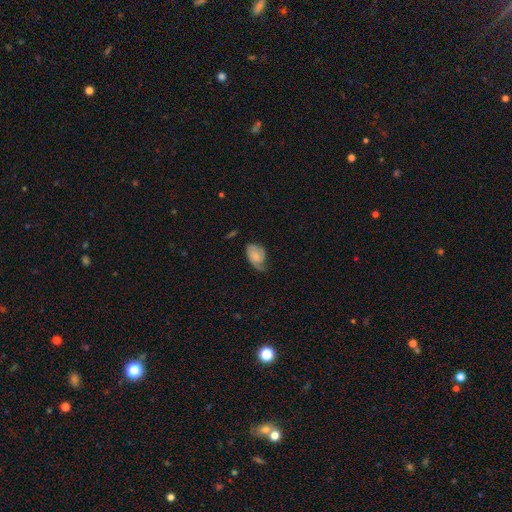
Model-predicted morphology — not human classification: Smooth or featured?
  - smooth: 52% *
  - featured or disk: 41%
  - star or artifact: 8%
How rounded?
  - in between: 84% *
  - round: 15%
  - cigar-shaped: 2%
Merging?
  - none: 39% *
  - minor disturbance: 38%
  - major disturbance: 21%
  - merger: 2%